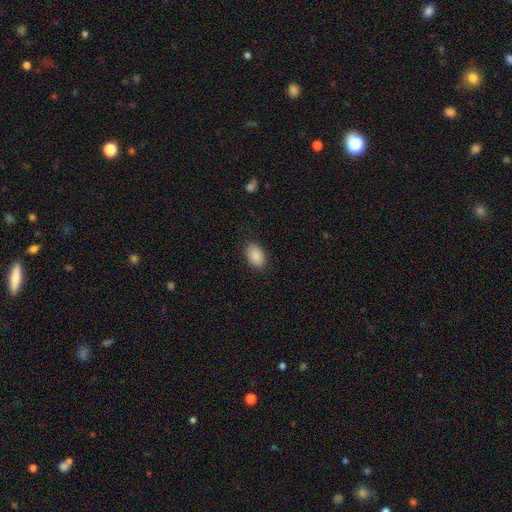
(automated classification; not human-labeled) Smooth or featured? Predicted: smooth (p=0.89). How rounded? Predicted: in between (p=0.89). Merging? Predicted: none (p=0.87).